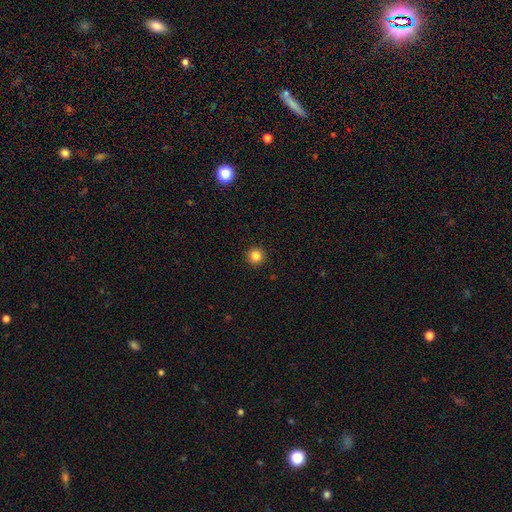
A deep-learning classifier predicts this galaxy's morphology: This appears to be a smooth galaxy with no disk features (85%) that is round (95%). Merging: none (93%).